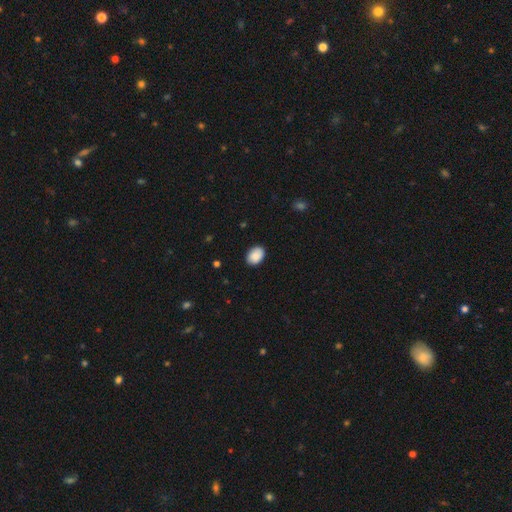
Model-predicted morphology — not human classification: This appears to be a smooth galaxy with no disk features (90%) that is in between round and cigar-shaped (81%). Merging: none (88%).